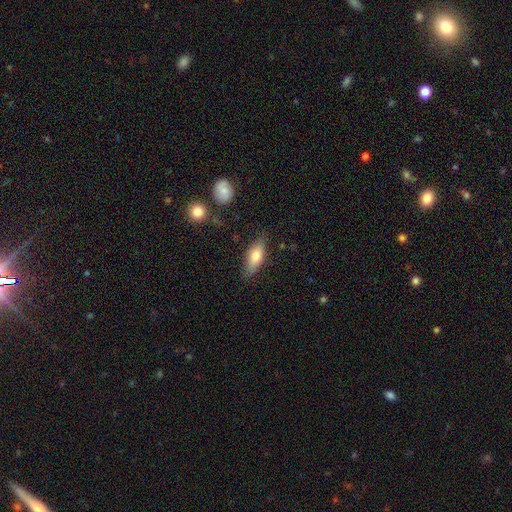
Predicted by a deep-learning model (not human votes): This appears to be a smooth galaxy with no disk features (70%) that is in between round and cigar-shaped (74%). Merging: none (79%).